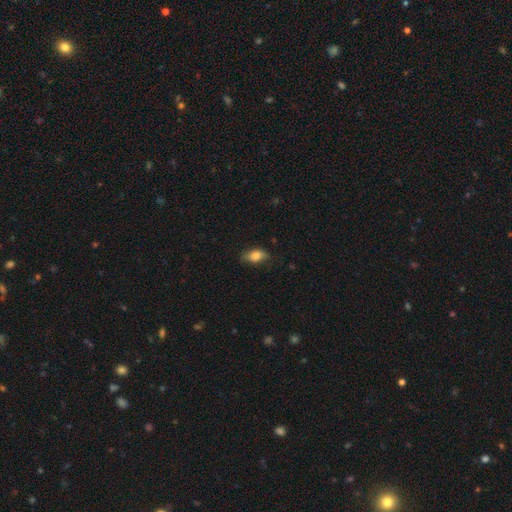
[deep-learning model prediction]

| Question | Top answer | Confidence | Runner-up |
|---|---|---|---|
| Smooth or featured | smooth | 78% | featured or disk (15%) |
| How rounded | in between | 84% | cigar-shaped (9%) |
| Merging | none | 76% | minor disturbance (19%) |